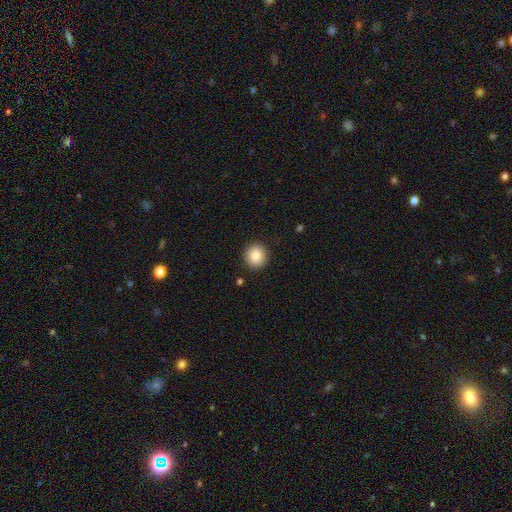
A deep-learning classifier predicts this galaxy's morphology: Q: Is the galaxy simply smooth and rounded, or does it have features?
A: smooth — 88%.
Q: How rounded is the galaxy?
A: round — 91%.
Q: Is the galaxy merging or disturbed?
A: none — 90%.